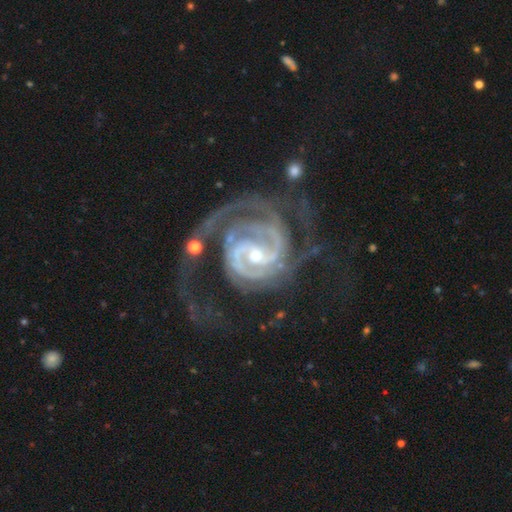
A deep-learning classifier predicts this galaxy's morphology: type=featured or disk (93%); edge-on=no (98%); bar=no (44%); spiral arms=yes (98%); winding=tight (55%); arm count=2 (47%); bulge=small (52%); merging=none (40%).